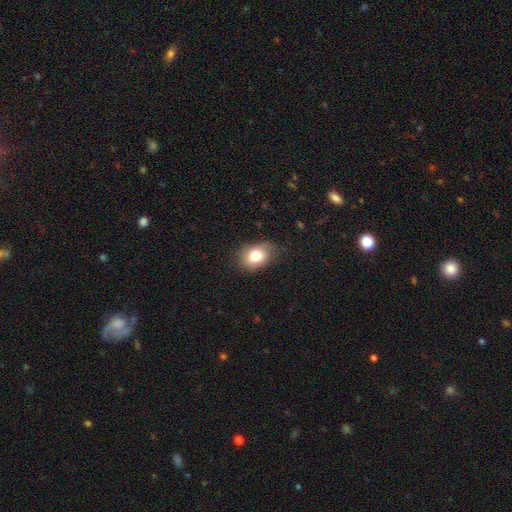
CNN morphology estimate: This appears to be a smooth galaxy with no disk features (79%) that is in between round and cigar-shaped (62%). Merging: none (75%).